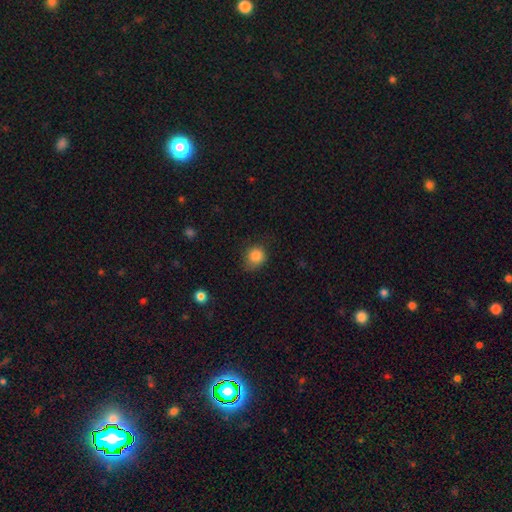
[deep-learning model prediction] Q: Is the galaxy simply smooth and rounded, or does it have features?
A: smooth — 84%.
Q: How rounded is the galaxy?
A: round — 81%.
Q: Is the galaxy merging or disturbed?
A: none — 67%.